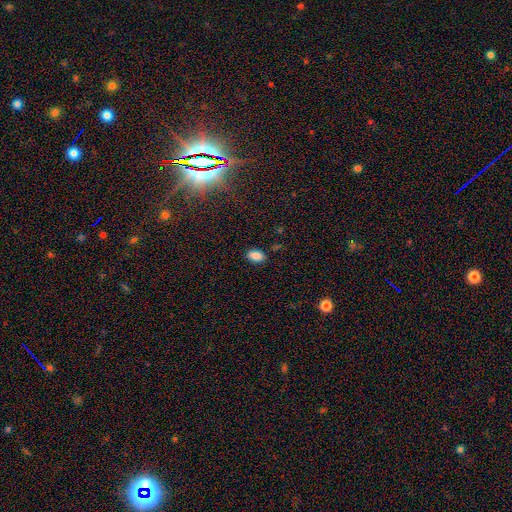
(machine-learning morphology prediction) Q: Smooth or featured?
A: smooth (86%); runner-up: star or artifact (9%)
Q: How rounded?
A: in between (86%); runner-up: round (12%)
Q: Merging?
A: none (85%); runner-up: minor disturbance (11%)